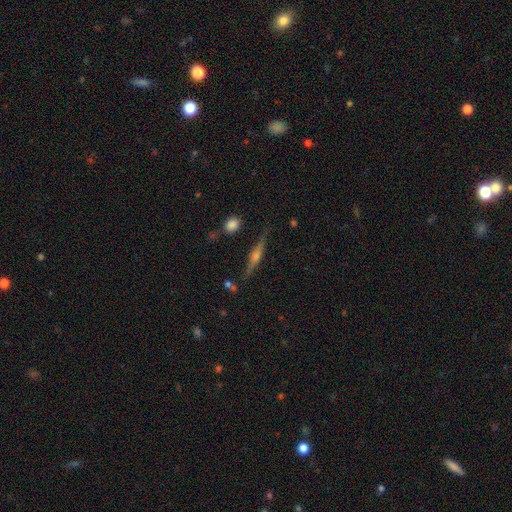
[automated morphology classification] The model was most divided on "smooth or featured": featured or disk: 76%, smooth: 16%, star or artifact: 8%. More confident: edge-on disk — yes (97%); edge-on bulge — rounded (86%); merging — none (85%).